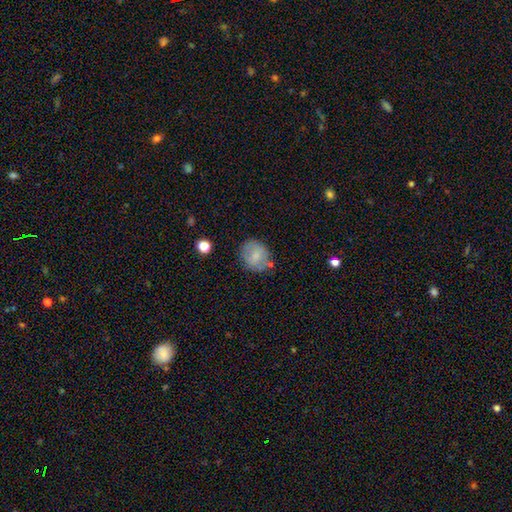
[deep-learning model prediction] A smooth galaxy with no disk features (72%) that is round (69%).

Vote fractions:
- Smooth or featured? smooth: 72% / featured or disk: 19% / star or artifact: 8%
- How rounded? round: 69% / in between: 30% / cigar-shaped: 1%
- Merging? none: 69% / minor disturbance: 20% / major disturbance: 6% / merger: 6%